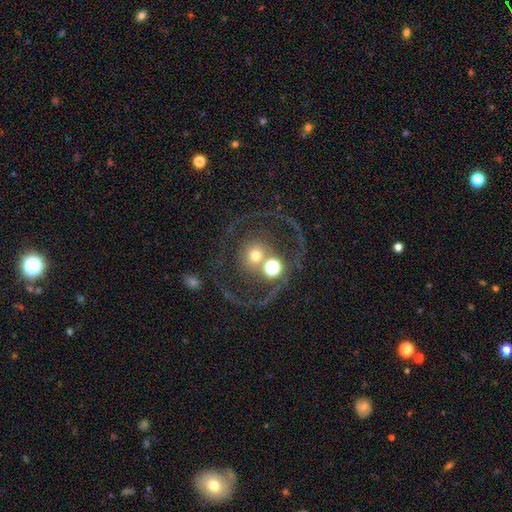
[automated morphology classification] The model was most divided on "smooth or featured": featured or disk: 53%, smooth: 33%, star or artifact: 15%. Remaining: edge-on disk — no (95%); bar — no (80%); spiral arms — yes (61%); merging — none (51%); bulge size — moderate (48%).